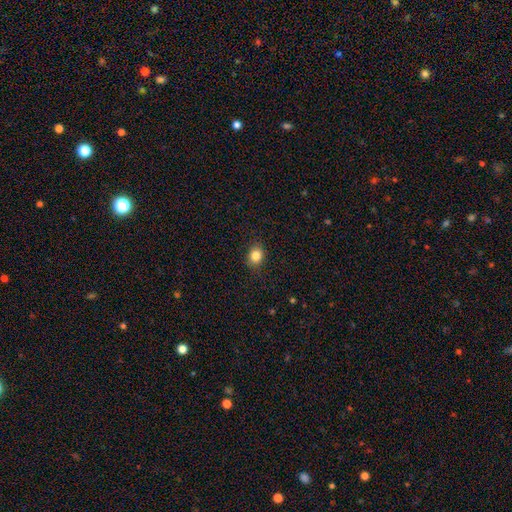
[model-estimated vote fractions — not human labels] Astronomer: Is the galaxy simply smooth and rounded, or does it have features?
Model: smooth — 84%.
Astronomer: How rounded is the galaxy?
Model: round — 54% (runner-up: in between, 45%).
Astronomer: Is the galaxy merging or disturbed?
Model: none — 86%.